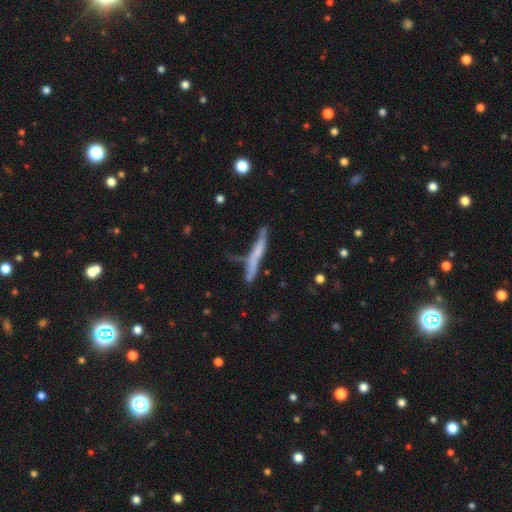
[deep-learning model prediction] The model was most divided on "smooth or featured": smooth: 48%, featured or disk: 44%, star or artifact: 8%. More confident: merging — none (63%).